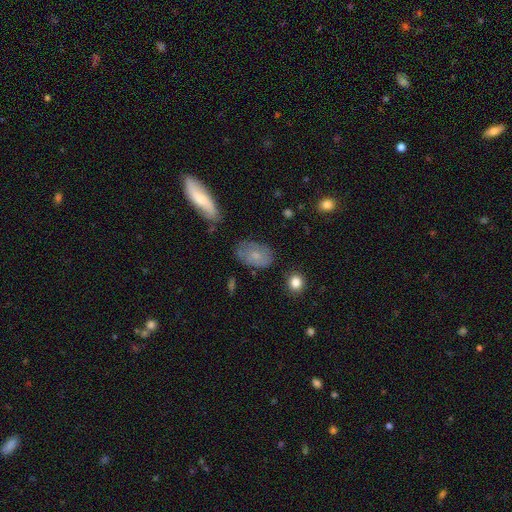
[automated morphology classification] This appears to be a smooth galaxy with no disk features (57%) that is in between round and cigar-shaped (84%). Merging: none (65%).